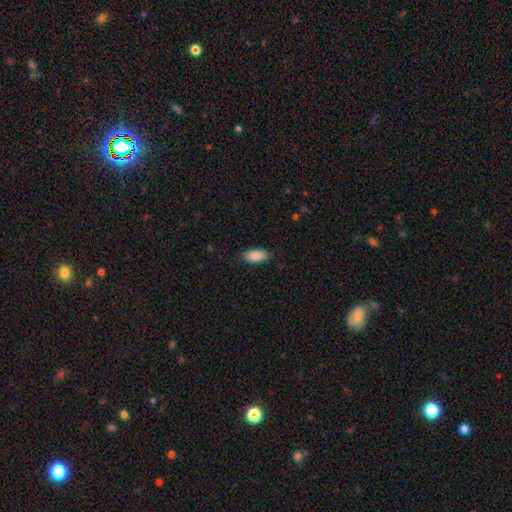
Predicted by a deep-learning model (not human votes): This is clearly a smooth galaxy (90%). How rounded: clearly in between (90%). Merging: clearly none (87%).